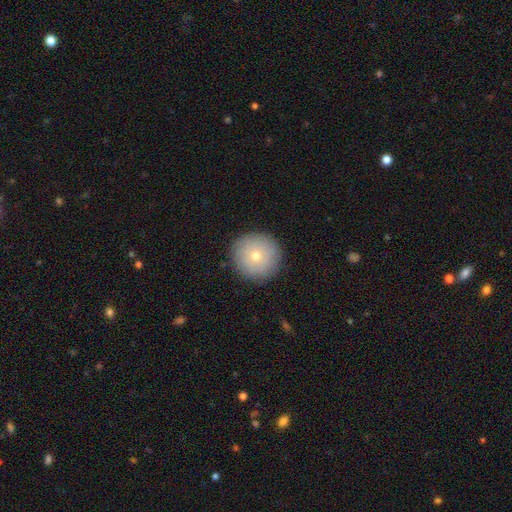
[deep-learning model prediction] Smooth or featured? smooth (71%)
How rounded? round (95%)
Merging? none (90%)